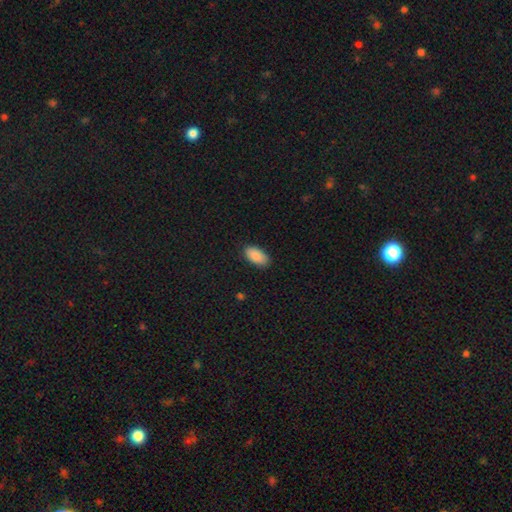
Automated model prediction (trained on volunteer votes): Smooth or featured?
  - smooth: 90% *
  - star or artifact: 6%
  - featured or disk: 4%
How rounded?
  - in between: 94% *
  - cigar-shaped: 3%
  - round: 2%
Merging?
  - none: 86% *
  - minor disturbance: 11%
  - major disturbance: 2%
  - merger: 1%